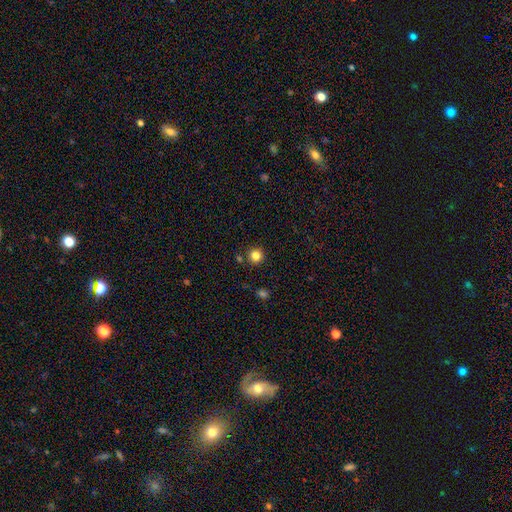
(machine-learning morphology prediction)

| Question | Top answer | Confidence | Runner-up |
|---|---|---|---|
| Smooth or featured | smooth | 83% | star or artifact (12%) |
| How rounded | round | 95% | in between (4%) |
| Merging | none | 88% | minor disturbance (6%) |